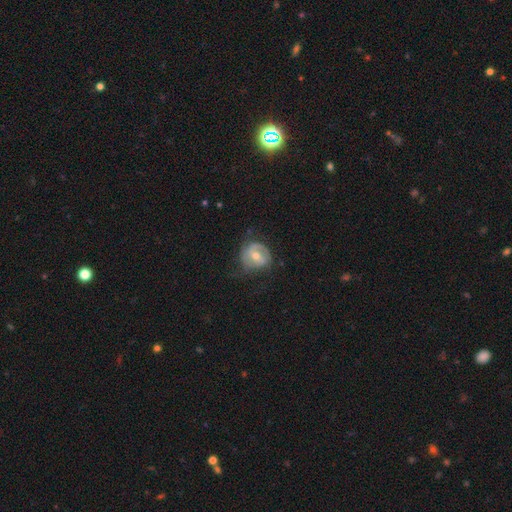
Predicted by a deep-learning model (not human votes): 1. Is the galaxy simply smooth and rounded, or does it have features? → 64% featured or disk, 30% smooth, 7% star or artifact.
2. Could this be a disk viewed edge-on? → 97% no, 3% yes.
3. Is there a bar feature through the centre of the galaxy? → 42% weak (tied), 42% no (tied), 16% strong.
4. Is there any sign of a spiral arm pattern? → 75% yes, 25% no.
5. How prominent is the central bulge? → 64% moderate, 32% small, 2% large, 1% none, 1% dominant.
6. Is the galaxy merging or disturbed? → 54% none, 27% minor disturbance, 17% major disturbance, 2% merger.